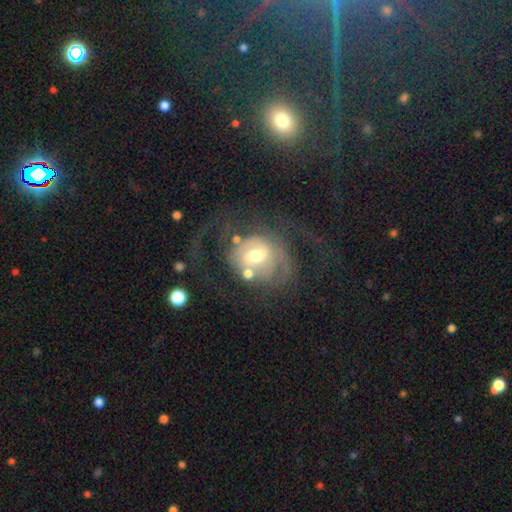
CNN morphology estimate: Smooth or featured?
  - featured or disk: 71% *
  - smooth: 20%
  - star or artifact: 9%
Edge-on disk?
  - no: 97% *
  - yes: 3%
Bar?
  - no: 45% *
  - weak: 42%
  - strong: 13%
Spiral arms?
  - yes: 70% *
  - no: 30%
Bulge size?
  - moderate: 65% *
  - small: 21%
  - large: 11%
  - dominant: 2%
  - none: 2%
Merging?
  - major disturbance: 40% *
  - none: 35%
  - minor disturbance: 14%
  - merger: 11%